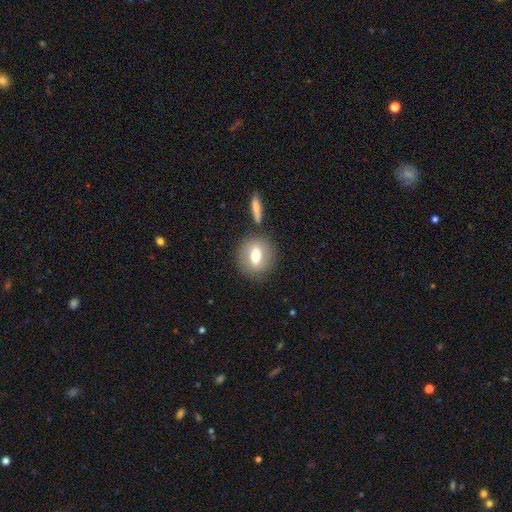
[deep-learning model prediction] smooth 63%, featured or disk 29%, star or artifact 8%. Down the decision tree: how rounded — round (62%); merging — none (76%).